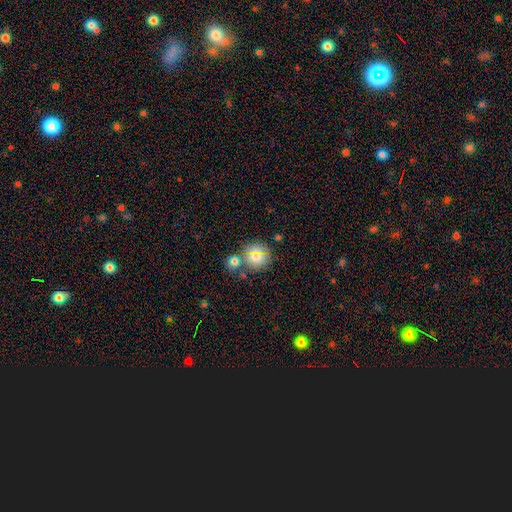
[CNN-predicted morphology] Smooth or featured? smooth (69%)
How rounded? round (84%)
Merging? none (69%)